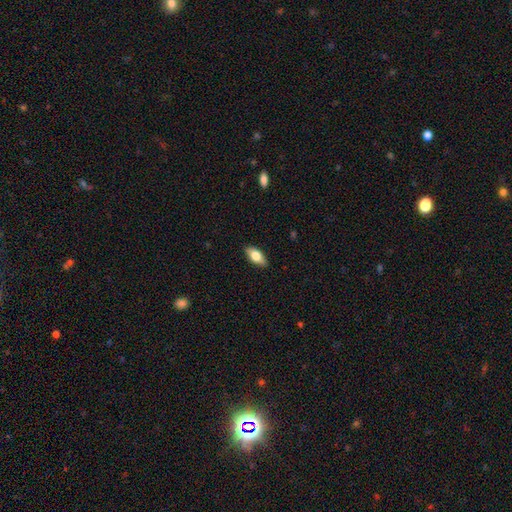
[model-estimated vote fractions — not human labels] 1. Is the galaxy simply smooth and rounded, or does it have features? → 74% smooth, 19% featured or disk, 6% star or artifact.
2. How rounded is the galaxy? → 87% in between, 10% cigar-shaped, 3% round.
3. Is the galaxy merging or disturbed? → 88% none, 9% minor disturbance, 2% major disturbance, 1% merger.